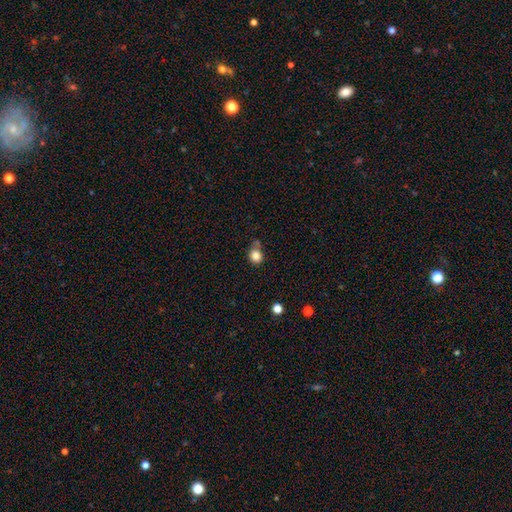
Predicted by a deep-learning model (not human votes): A smooth galaxy with no disk features (84%) that is round (75%).

Vote fractions:
- Smooth or featured? smooth: 84% / star or artifact: 11% / featured or disk: 5%
- How rounded? round: 75% / in between: 24% / cigar-shaped: 1%
- Merging? none: 62% / minor disturbance: 19% / merger: 14% / major disturbance: 5%